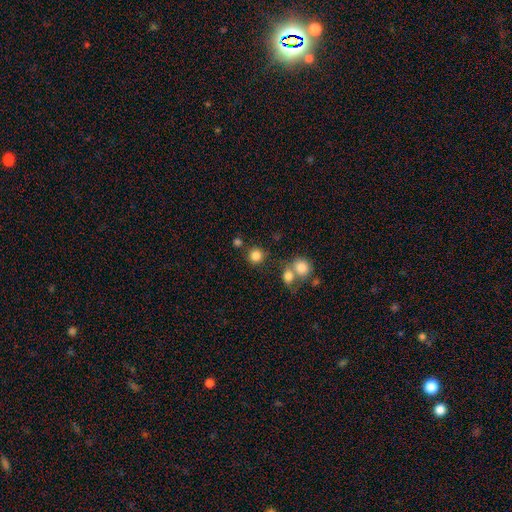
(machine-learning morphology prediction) This appears to be a smooth galaxy with no disk features (82%) that is round (91%). Merging: none (71%).